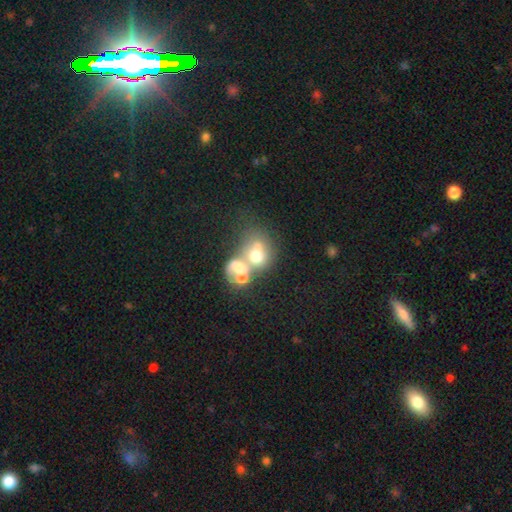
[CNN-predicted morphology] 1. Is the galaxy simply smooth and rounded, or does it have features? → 56% smooth, 31% featured or disk, 13% star or artifact.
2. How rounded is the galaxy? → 58% round, 41% in between, 1% cigar-shaped.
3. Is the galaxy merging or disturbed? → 66% merger, 18% none, 9% major disturbance, 7% minor disturbance.